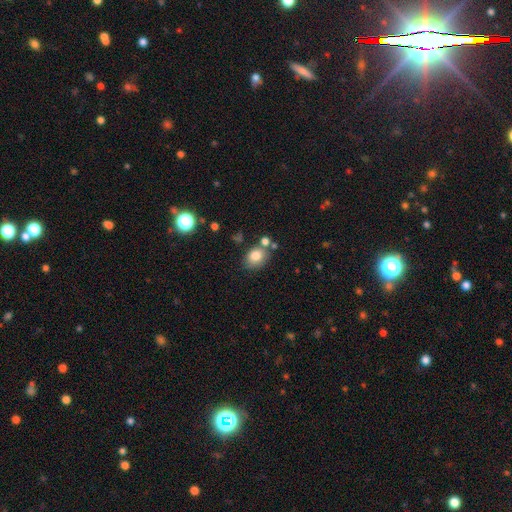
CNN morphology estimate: smooth 81%, star or artifact 10%, featured or disk 9%. Down the decision tree: how rounded — in between (59%); merging — none (64%).